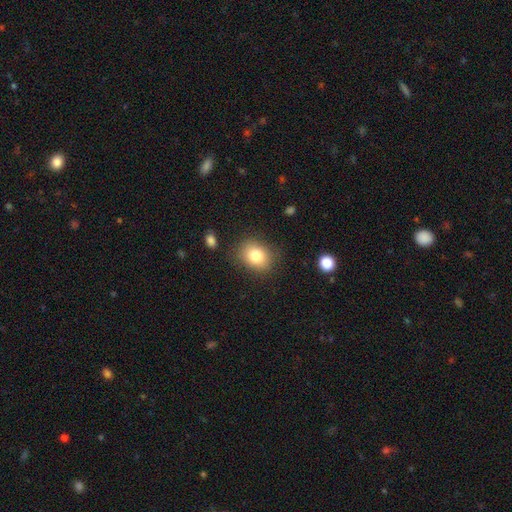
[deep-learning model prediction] This appears to be a smooth galaxy with no disk features (80%) that is round (53%). Merging: none (81%).